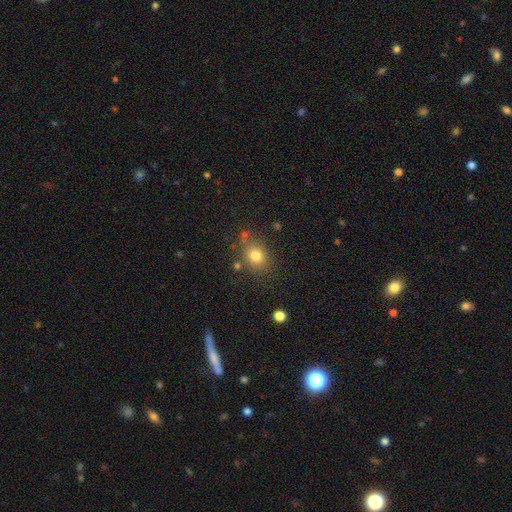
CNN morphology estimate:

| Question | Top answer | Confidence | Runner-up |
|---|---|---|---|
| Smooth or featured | smooth | 78% | star or artifact (13%) |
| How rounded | round | 58% | in between (41%) |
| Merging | none | 71% | minor disturbance (16%) |